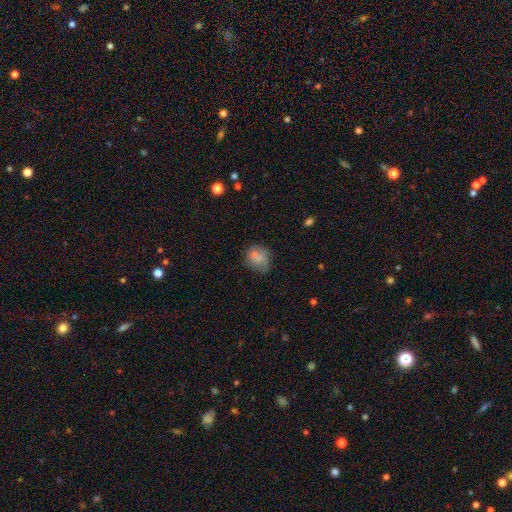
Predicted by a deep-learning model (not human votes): Smooth or featured: smooth — 75% (featured or disk — 16%)
How rounded: round — 55% (in between — 44%)
Merging: none — 58% (minor disturbance — 27%)